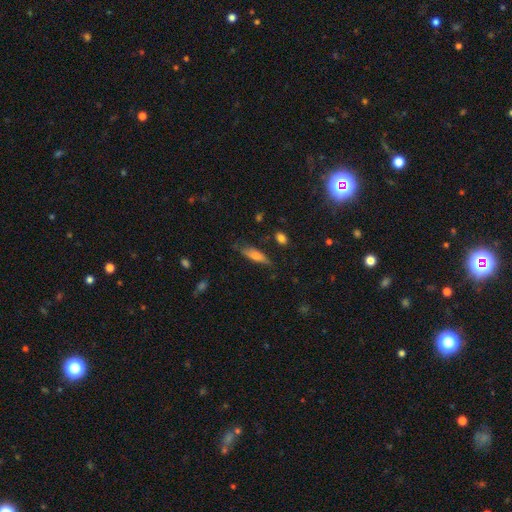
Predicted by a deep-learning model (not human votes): A smooth galaxy with no disk features (66%) that is cigar-shaped (59%). Merging: none (70%).